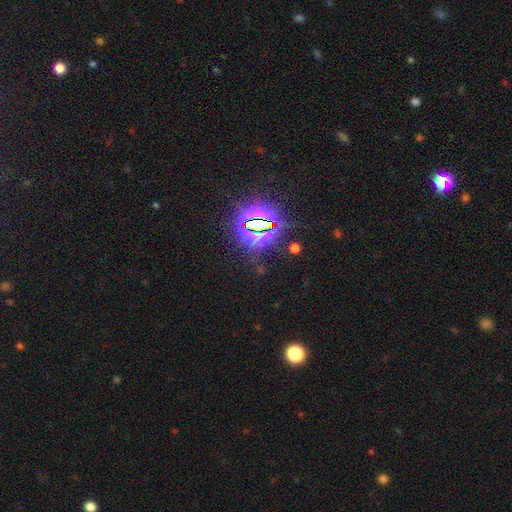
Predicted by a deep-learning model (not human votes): A star or artifact, not a galaxy (82%).